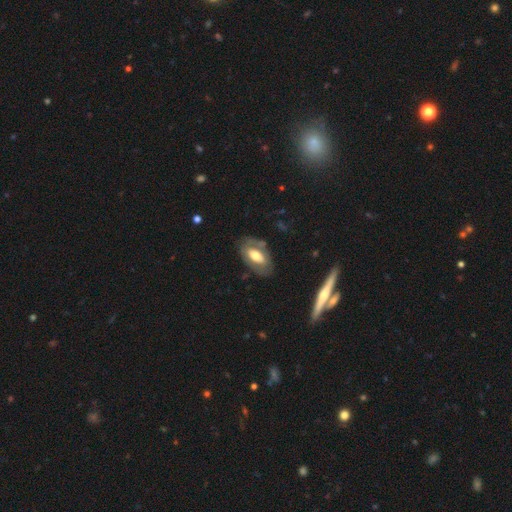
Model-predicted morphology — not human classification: Smooth or featured?
  - featured or disk: 50% *
  - smooth: 44%
  - star or artifact: 6%
Merging?
  - none: 71% *
  - minor disturbance: 18%
  - major disturbance: 8%
  - merger: 3%